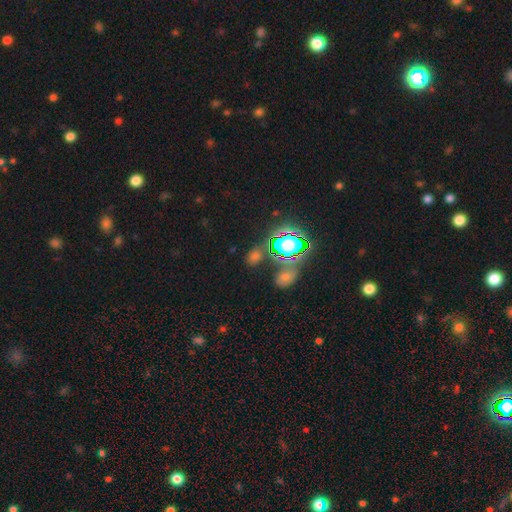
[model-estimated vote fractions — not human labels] The model was most divided on "smooth or featured": star or artifact: 47%, smooth: 41%, featured or disk: 12%.